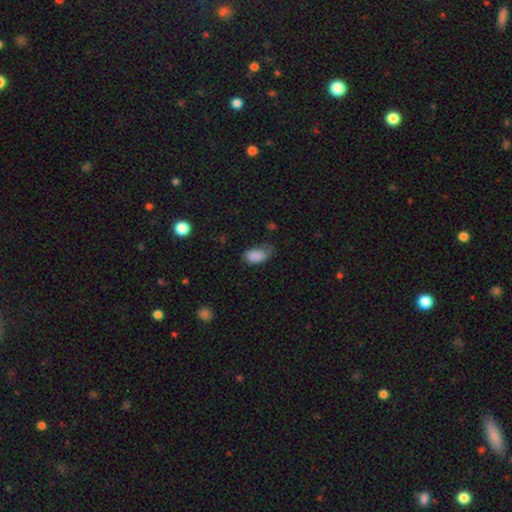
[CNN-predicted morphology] The model was most divided on "merging": none: 48%, minor disturbance: 38%, major disturbance: 12%, merger: 2%. More confident: how rounded — in between (92%); smooth or featured — smooth (86%).